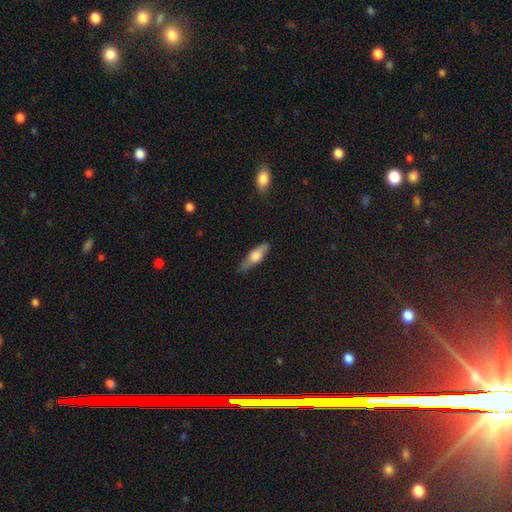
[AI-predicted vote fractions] Overall: smooth (53%; featured or disk 41%). How rounded: cigar-shaped (55%; in between 42%). Merging: none (80%).